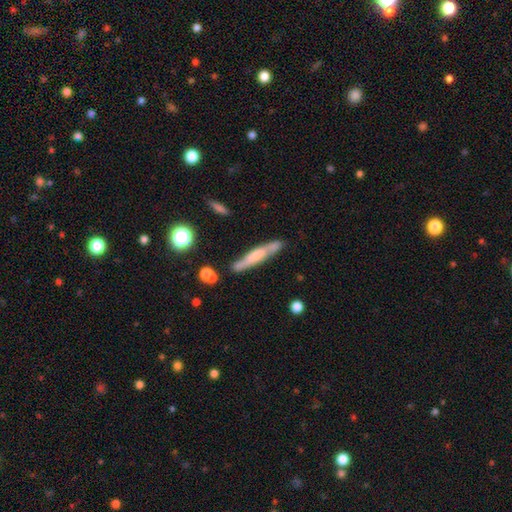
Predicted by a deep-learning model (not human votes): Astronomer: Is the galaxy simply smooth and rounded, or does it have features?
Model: featured or disk — 50% (runner-up: smooth, 43%).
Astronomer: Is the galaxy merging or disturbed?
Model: none — 74%.